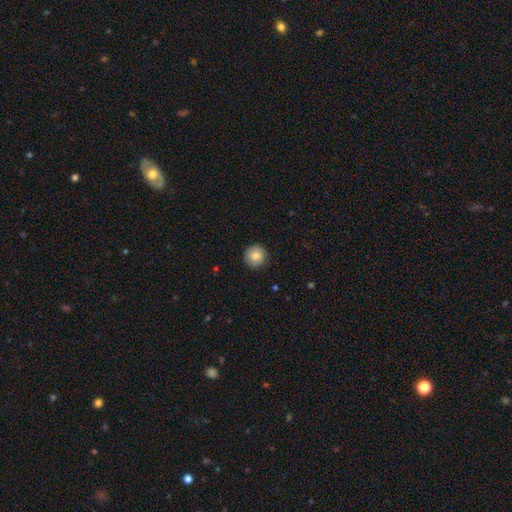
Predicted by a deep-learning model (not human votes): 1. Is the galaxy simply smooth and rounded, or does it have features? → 83% smooth, 9% featured or disk, 7% star or artifact.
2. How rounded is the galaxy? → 94% round, 5% in between, 1% cigar-shaped.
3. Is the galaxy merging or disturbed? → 88% none, 9% minor disturbance, 2% major disturbance, 1% merger.